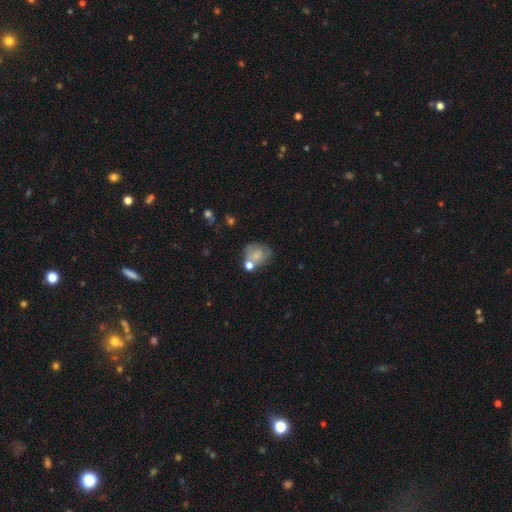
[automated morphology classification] smooth_or_featured: smooth (p=0.59) [alt: featured or disk p=0.31]
how_rounded: round (p=0.61) [alt: in between p=0.38]
merging: none (p=0.41) [alt: merger p=0.24]